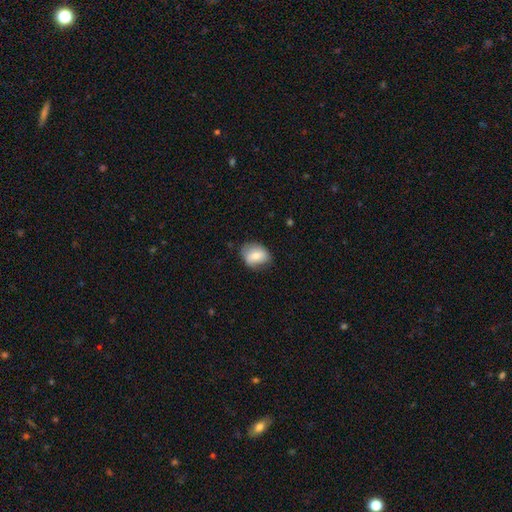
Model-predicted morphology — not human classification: This appears to be a smooth galaxy with no disk features (71%) that is in between round and cigar-shaped (57%). Merging: none (69%).